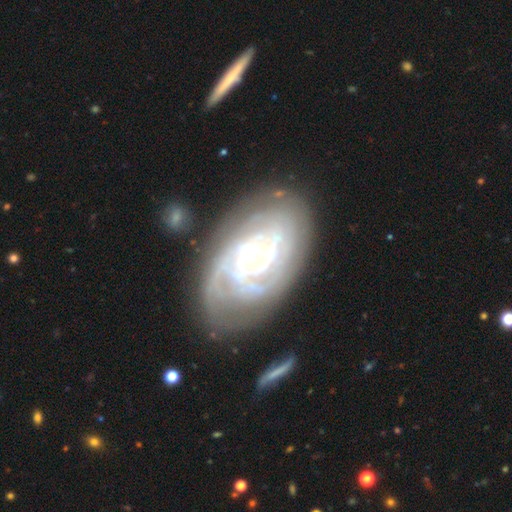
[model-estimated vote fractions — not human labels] Smooth or featured? featured or disk (87%)
Edge-on disk? no (95%)
Bar? no (58%)
Spiral arms? yes (93%)
Spiral winding? tight (76%)
Spiral arm count? can't tell (41%)
Bulge size? moderate (57%)
Merging? none (70%)